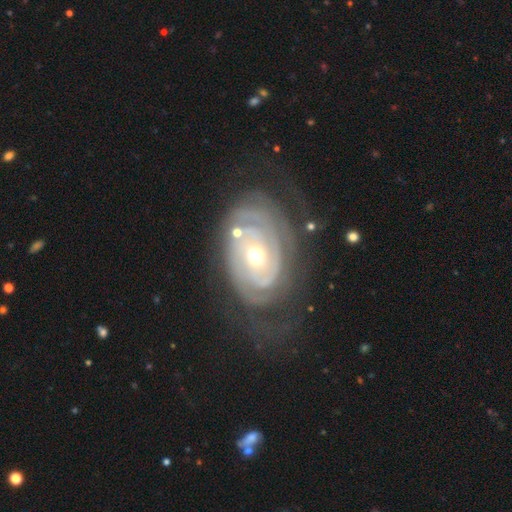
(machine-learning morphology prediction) A featured or disk galaxy (88%) with no bar (74%), tight (82%) spiral arms (94%) and a moderate central bulge (53%). Merging: none (65%).